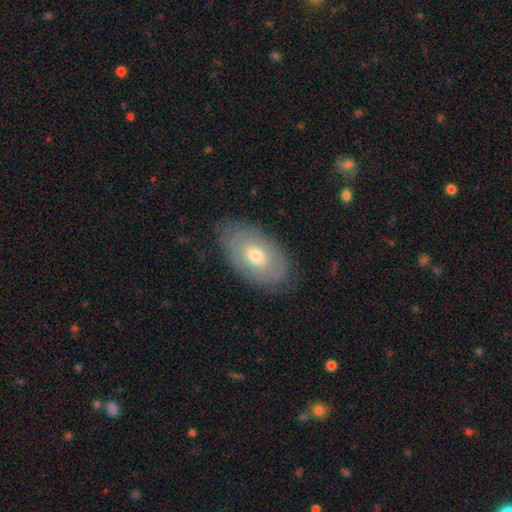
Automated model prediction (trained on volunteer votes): A smooth galaxy with no disk features (49%).

Vote fractions:
- Smooth or featured? smooth: 49% / featured or disk: 45% / star or artifact: 7%
- Merging? none: 80% / minor disturbance: 14% / major disturbance: 4% / merger: 1%